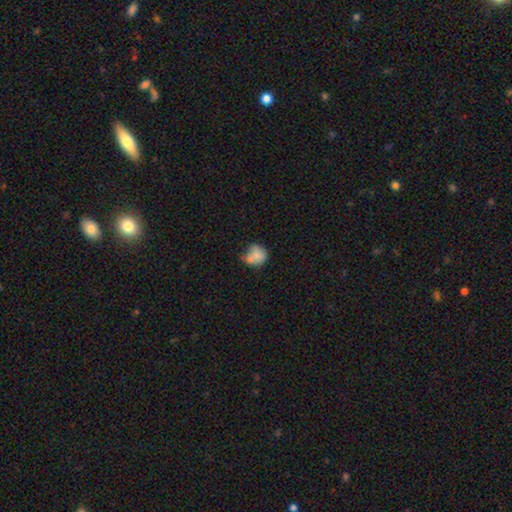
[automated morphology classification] smooth 76%, featured or disk 14%, star or artifact 9%. Down the decision tree: how rounded — round (72%); merging — none (42%).